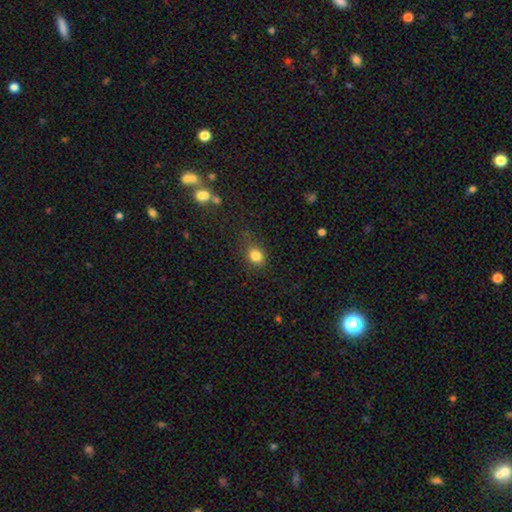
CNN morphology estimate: smooth_or_featured: smooth (p=0.82) [alt: star or artifact p=0.12]
how_rounded: in between (p=0.53) [alt: round p=0.46]
merging: none (p=0.76) [alt: minor disturbance p=0.17]